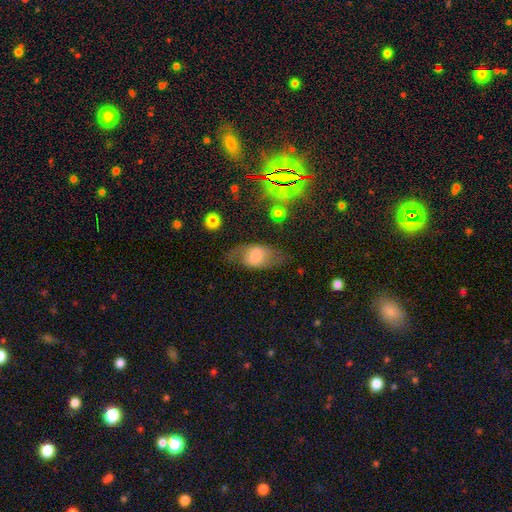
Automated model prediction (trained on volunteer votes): Smooth or featured?
  - smooth: 50% *
  - featured or disk: 39%
  - star or artifact: 11%
How rounded?
  - in between: 85% *
  - round: 11%
  - cigar-shaped: 4%
Merging?
  - none: 62% *
  - minor disturbance: 22%
  - major disturbance: 14%
  - merger: 2%